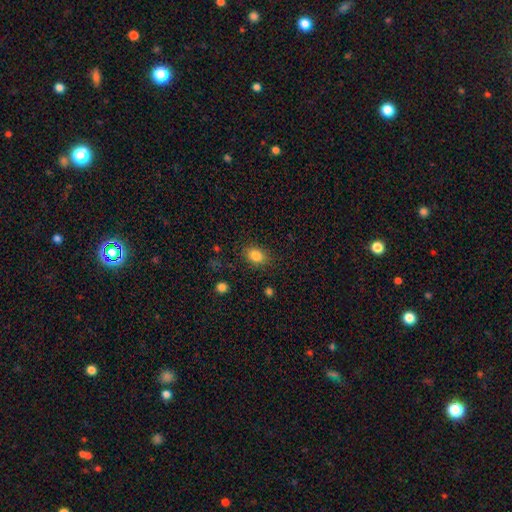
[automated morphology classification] A smooth galaxy with no disk features (84%) that is in between round and cigar-shaped (74%).

Vote fractions:
- Smooth or featured? smooth: 84% / star or artifact: 10% / featured or disk: 6%
- How rounded? in between: 74% / round: 24% / cigar-shaped: 1%
- Merging? none: 84% / minor disturbance: 11% / major disturbance: 3% / merger: 1%